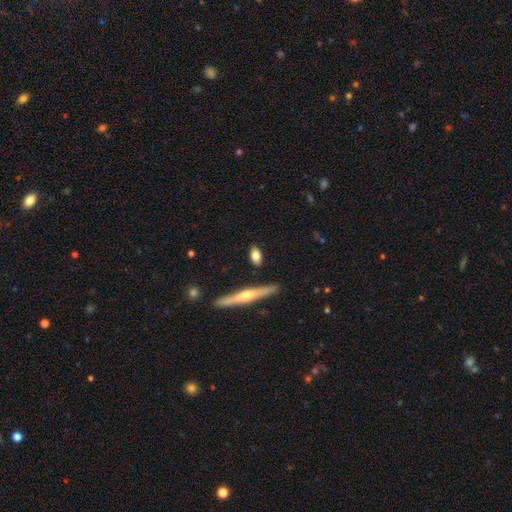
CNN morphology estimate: Q: Smooth or featured?
A: smooth (74%); runner-up: featured or disk (19%)
Q: How rounded?
A: in between (75%); runner-up: cigar-shaped (19%)
Q: Merging?
A: none (85%); runner-up: minor disturbance (10%)